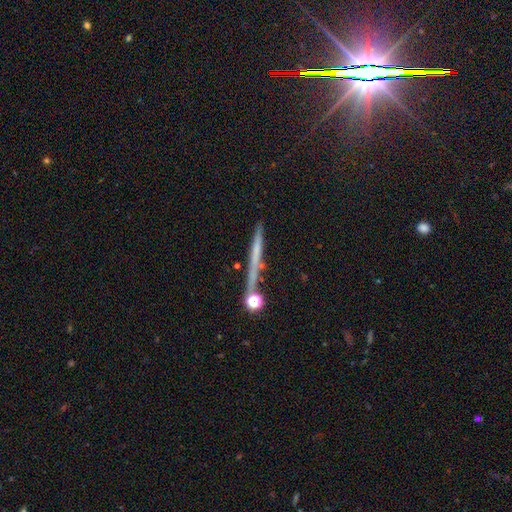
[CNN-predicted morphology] Q: Smooth or featured?
A: featured or disk (43%); runner-up: smooth (41%)
Q: Merging?
A: none (76%); runner-up: minor disturbance (12%)